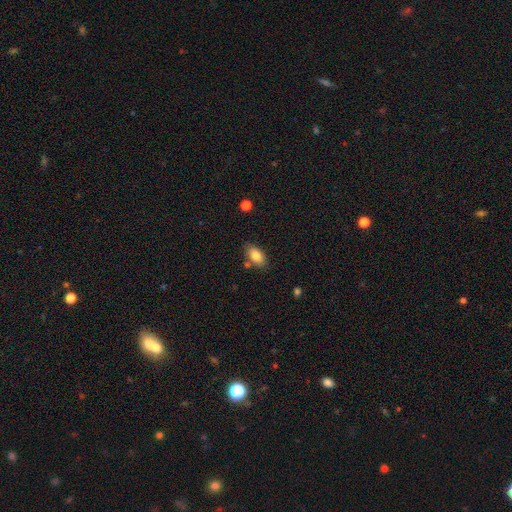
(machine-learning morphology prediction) This appears to be a smooth galaxy with no disk features (83%) that is in between round and cigar-shaped (91%). Merging: none (77%).